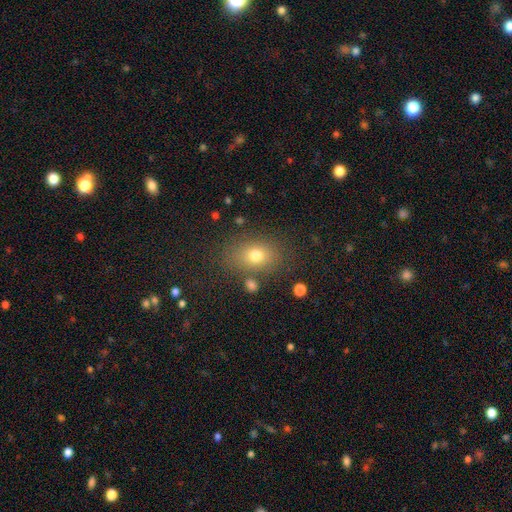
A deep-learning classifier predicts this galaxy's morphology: A smooth galaxy with no disk features (72%) that is in between round and cigar-shaped (69%). Merging: none (78%).